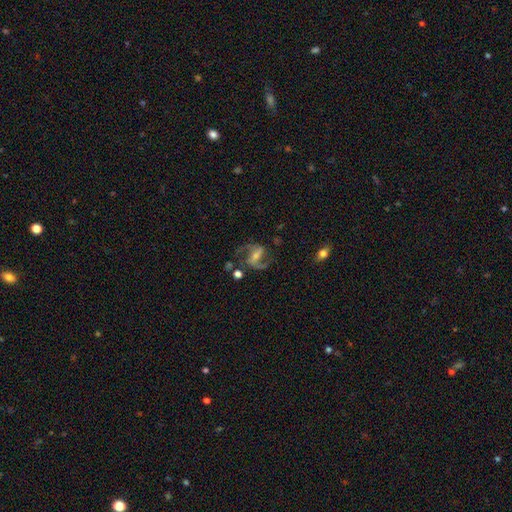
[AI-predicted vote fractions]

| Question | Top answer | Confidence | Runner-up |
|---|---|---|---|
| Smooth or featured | featured or disk | 87% | smooth (7%) |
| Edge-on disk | no | 97% | yes (3%) |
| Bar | strong | 46% | weak (36%) |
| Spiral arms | yes | 96% | no (4%) |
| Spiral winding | medium | 49% | loose (41%) |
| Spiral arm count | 2 | 90% | can't tell (3%) |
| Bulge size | small | 54% | moderate (39%) |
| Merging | none | 68% | minor disturbance (16%) |